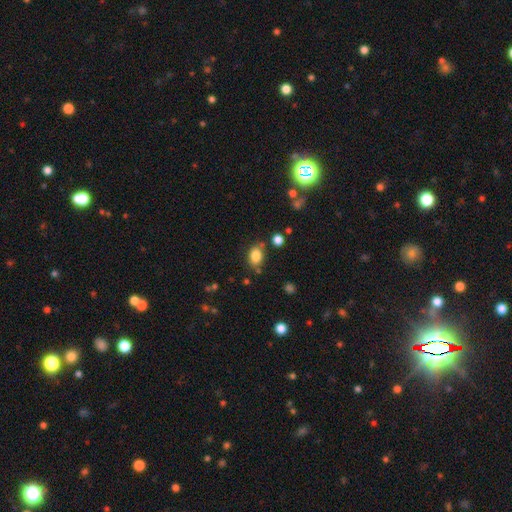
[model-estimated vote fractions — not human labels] A smooth galaxy with no disk features (84%) that is in between round and cigar-shaped (74%).

Vote fractions:
- Smooth or featured? smooth: 84% / star or artifact: 10% / featured or disk: 6%
- How rounded? in between: 74% / round: 24% / cigar-shaped: 1%
- Merging? none: 74% / minor disturbance: 14% / merger: 8% / major disturbance: 4%